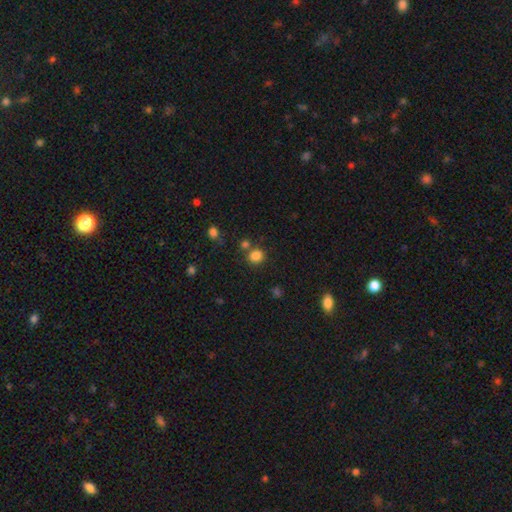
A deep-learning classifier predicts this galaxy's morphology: This appears to be a smooth galaxy with no disk features (83%) that is round (82%). Merging: none (74%).